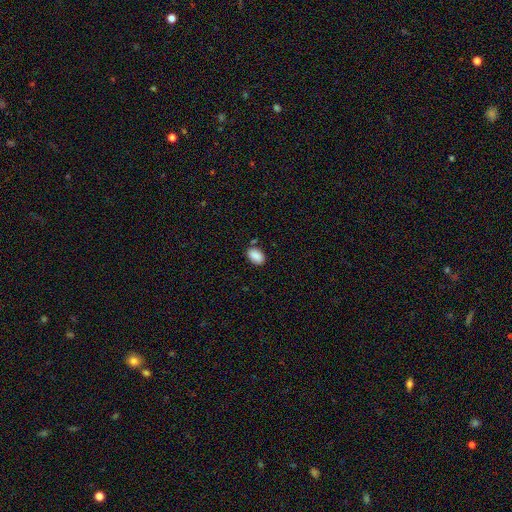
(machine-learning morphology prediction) This is clearly a smooth galaxy (89%). How rounded: clearly in between (87%). Merging: likely none (80%).